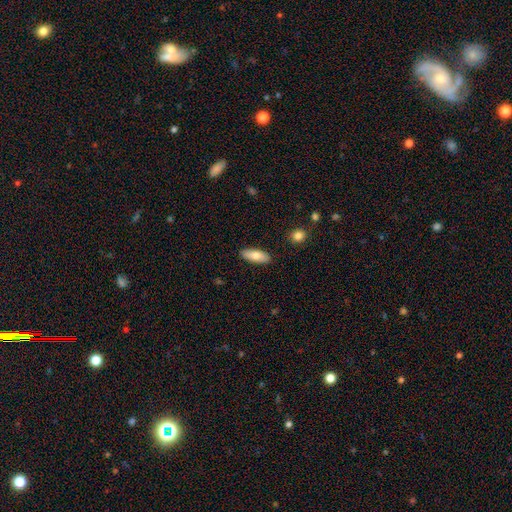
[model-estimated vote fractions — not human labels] Overall: smooth (78%). How rounded: in between (73%). Merging: none (88%).